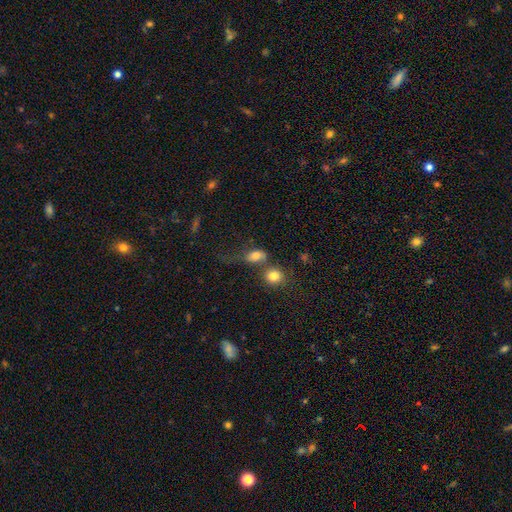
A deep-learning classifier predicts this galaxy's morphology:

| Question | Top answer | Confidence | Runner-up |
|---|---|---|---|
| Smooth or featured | smooth | 76% | featured or disk (13%) |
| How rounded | in between | 66% | round (31%) |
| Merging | merger | 37% | none (30%) |